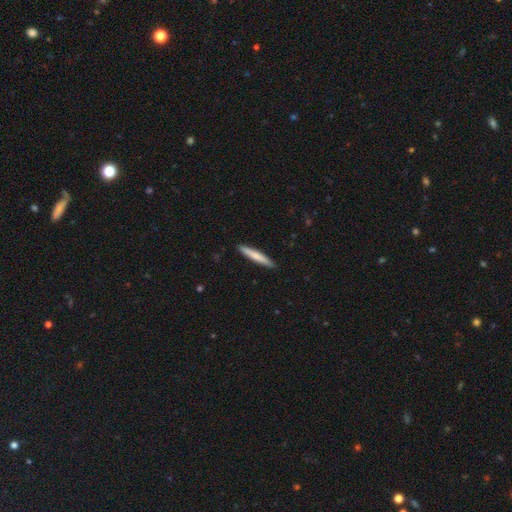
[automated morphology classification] The model was most divided on "smooth or featured": smooth: 71%, featured or disk: 24%, star or artifact: 5%. More confident: how rounded — cigar-shaped (95%); merging — none (91%).